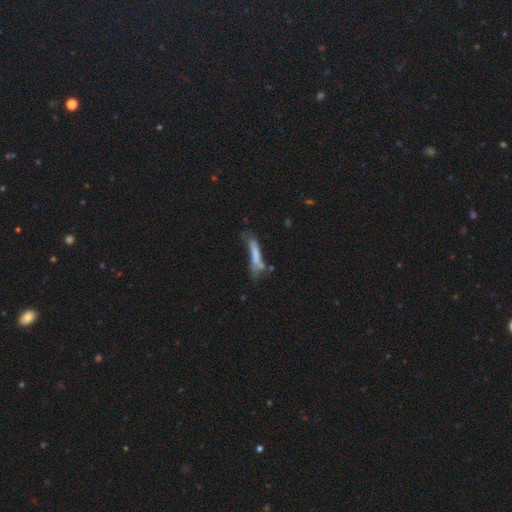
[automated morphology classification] Smooth or featured? Predicted: smooth (p=0.59). How rounded? Predicted: cigar-shaped (p=0.78). Merging? Predicted: none (p=0.32).